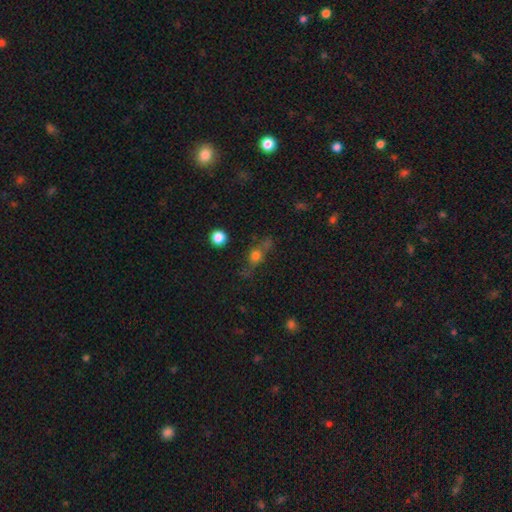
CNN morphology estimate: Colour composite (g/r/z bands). It shows a smooth galaxy with no disk features (60%) that is round (43%). Merging: none (57%).